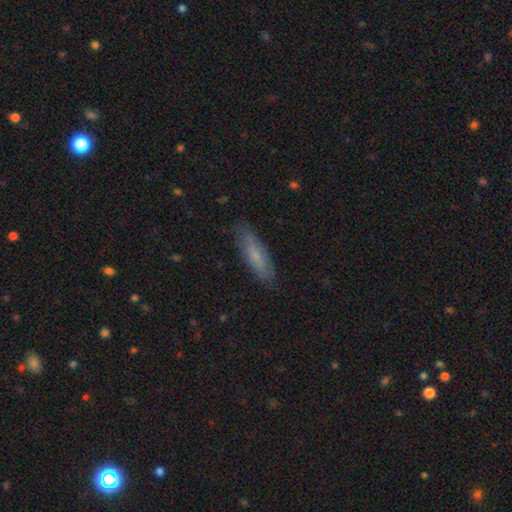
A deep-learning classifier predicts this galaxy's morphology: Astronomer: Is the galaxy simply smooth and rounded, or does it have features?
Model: smooth — 66%.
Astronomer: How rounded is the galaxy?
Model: cigar-shaped — 66%.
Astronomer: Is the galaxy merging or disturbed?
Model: none — 82%.